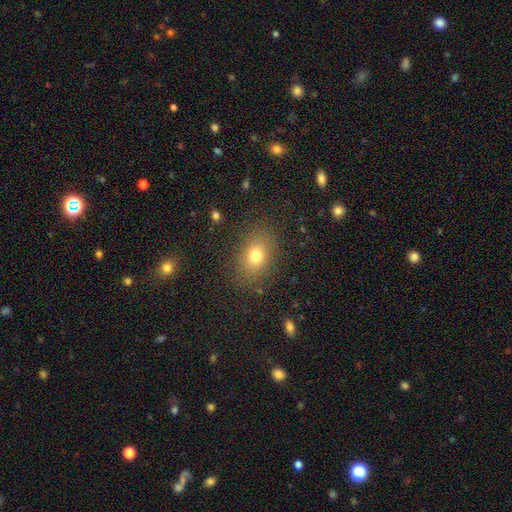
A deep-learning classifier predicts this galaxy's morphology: A smooth galaxy with no disk features (75%) that is in between round and cigar-shaped (64%).

Vote fractions:
- Smooth or featured? smooth: 75% / star or artifact: 14% / featured or disk: 11%
- How rounded? in between: 64% / round: 35% / cigar-shaped: 1%
- Merging? none: 84% / minor disturbance: 10% / major disturbance: 4% / merger: 1%